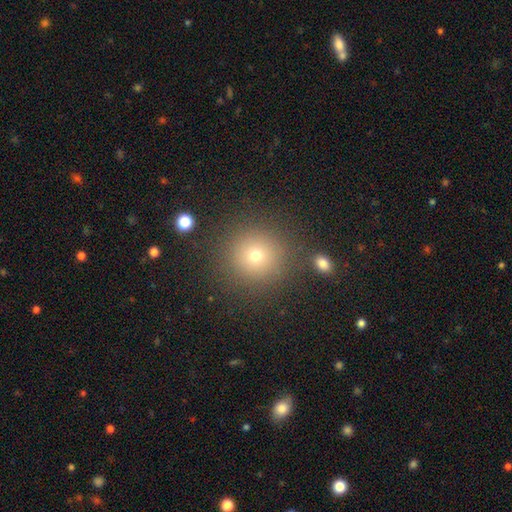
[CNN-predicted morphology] Smooth or featured? Predicted: smooth (p=0.71). How rounded? Predicted: round (p=0.94). Merging? Predicted: none (p=0.86).